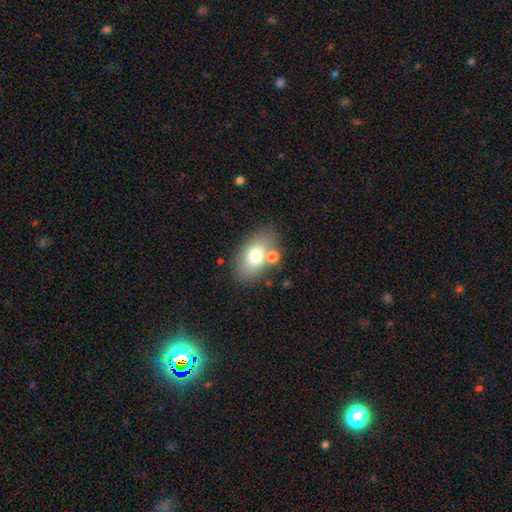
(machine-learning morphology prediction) Smooth or featured? Predicted: smooth (p=0.72). How rounded? Predicted: in between (p=0.88). Merging? Predicted: none (p=0.68).